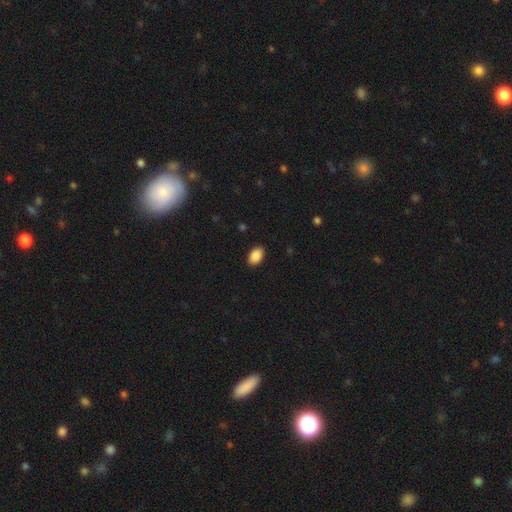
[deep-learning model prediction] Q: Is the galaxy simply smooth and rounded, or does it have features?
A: smooth — 90%.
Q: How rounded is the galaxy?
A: in between — 89%.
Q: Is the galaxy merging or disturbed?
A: none — 89%.